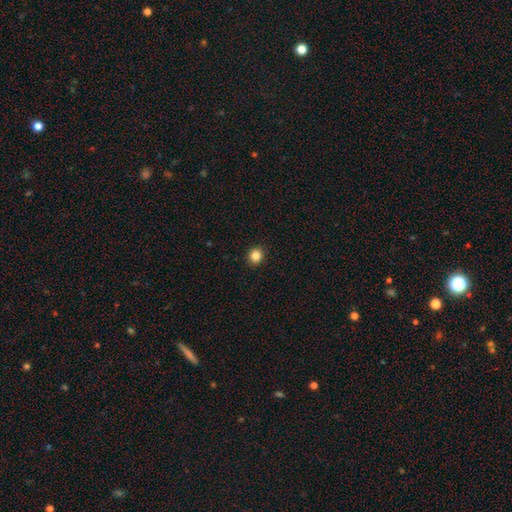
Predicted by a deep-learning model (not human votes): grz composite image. It shows a smooth galaxy with no disk features (85%) that is round (83%). Merging: none (93%).